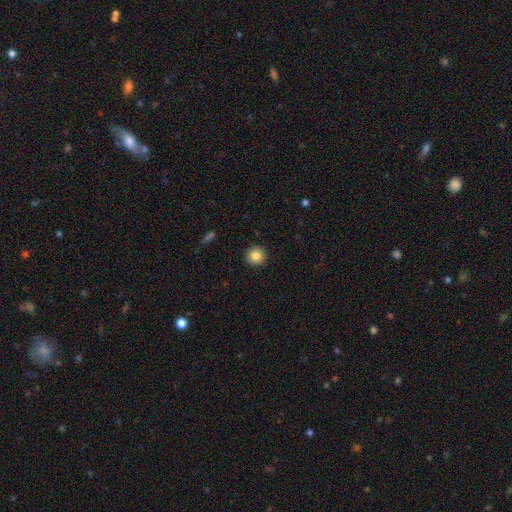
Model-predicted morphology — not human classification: Smooth or featured: smooth — 84% (star or artifact — 9%)
How rounded: round — 95% (in between — 4%)
Merging: none — 93% (minor disturbance — 5%)